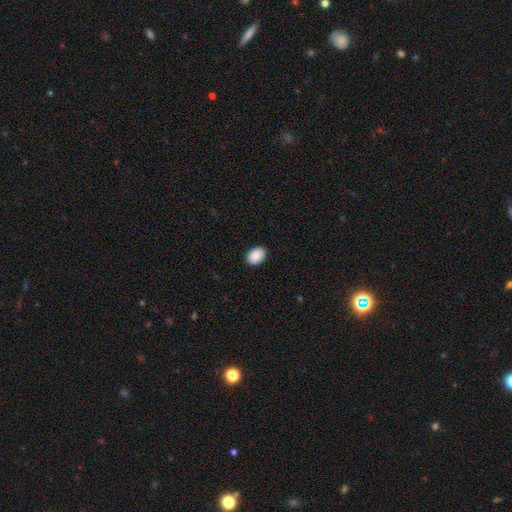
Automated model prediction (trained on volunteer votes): The model was most divided on "how rounded": in between: 79%, round: 20%, cigar-shaped: 1%. More confident: smooth or featured — smooth (90%); merging — none (89%).